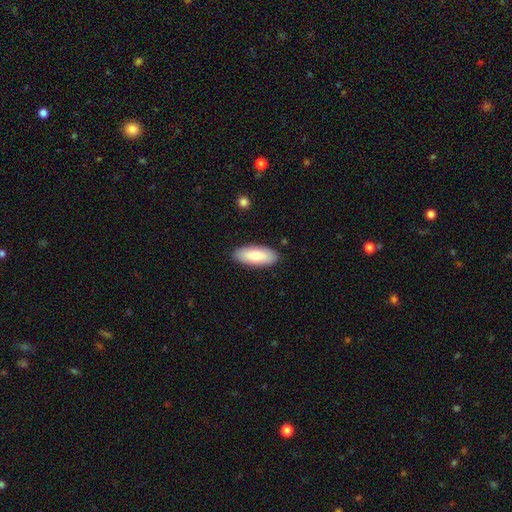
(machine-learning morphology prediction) Smooth or featured: smooth — 76% (featured or disk — 19%)
How rounded: in between — 82% (cigar-shaped — 16%)
Merging: none — 88% (minor disturbance — 9%)